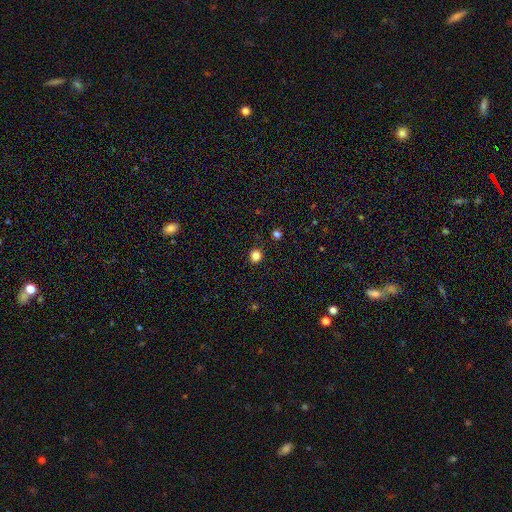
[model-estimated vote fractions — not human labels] Smooth or featured? smooth (84%)
How rounded? round (85%)
Merging? none (90%)